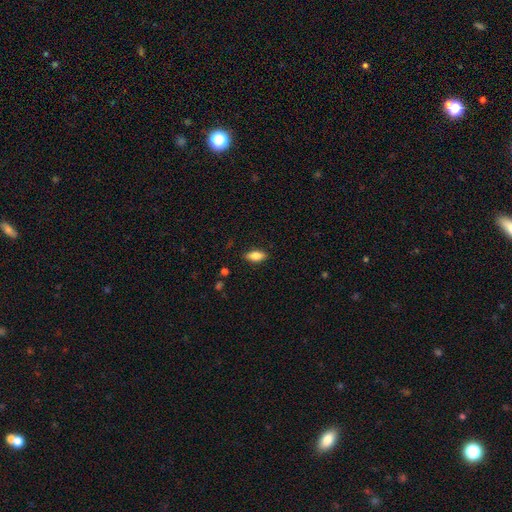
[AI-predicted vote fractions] This appears to be a smooth galaxy with no disk features (79%) that is in between round and cigar-shaped (86%). Merging: none (86%).